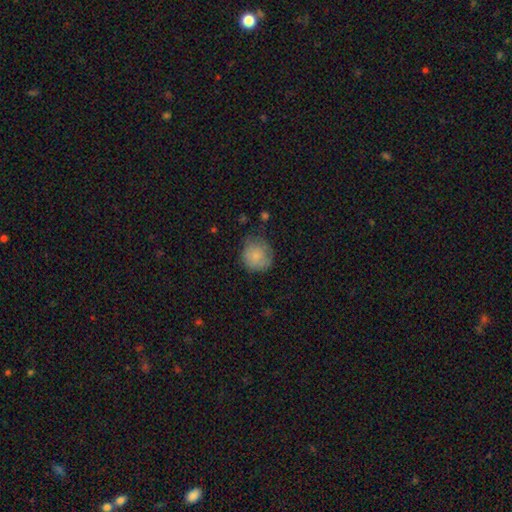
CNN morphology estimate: Smooth or featured: smooth — 82% (featured or disk — 10%)
How rounded: round — 86% (in between — 13%)
Merging: none — 61% (minor disturbance — 29%)